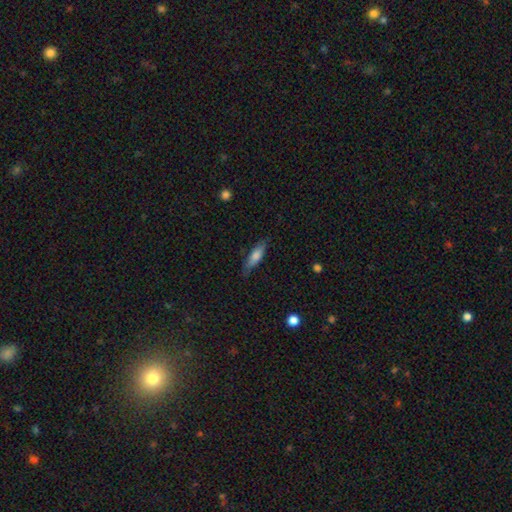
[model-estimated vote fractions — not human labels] Smooth or featured?
  - smooth: 67% *
  - featured or disk: 26%
  - star or artifact: 7%
How rounded?
  - cigar-shaped: 64% *
  - in between: 34%
  - round: 2%
Merging?
  - none: 79% *
  - minor disturbance: 16%
  - major disturbance: 3%
  - merger: 1%